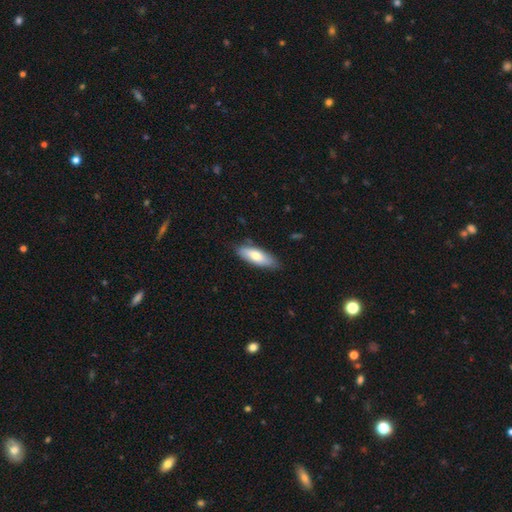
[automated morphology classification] smooth-or-featured: smooth: 72% | featured or disk: 22% | star or artifact: 6%
  how-rounded: in between: 64% | cigar-shaped: 34% | round: 2%
  merging: none: 80% | minor disturbance: 16% | major disturbance: 3% | merger: 1%